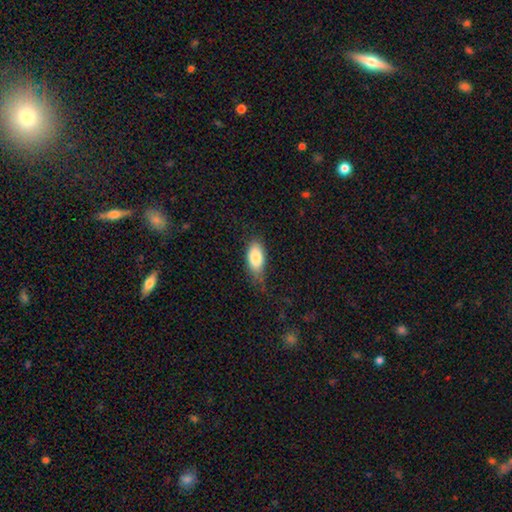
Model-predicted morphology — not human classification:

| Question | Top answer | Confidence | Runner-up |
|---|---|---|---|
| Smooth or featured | smooth | 84% | featured or disk (9%) |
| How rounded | in between | 90% | cigar-shaped (7%) |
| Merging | none | 56% | minor disturbance (32%) |